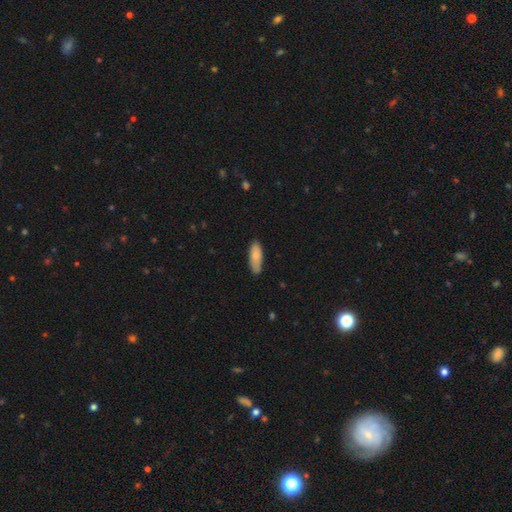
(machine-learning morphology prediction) This appears to be a smooth galaxy with no disk features (82%) that is in between round and cigar-shaped (64%). Merging: none (81%).